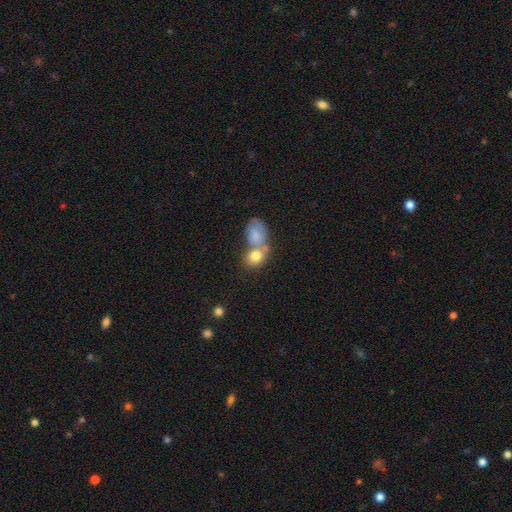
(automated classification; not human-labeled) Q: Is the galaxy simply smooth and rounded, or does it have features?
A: smooth — 79%.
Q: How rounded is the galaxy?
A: in between — 54%.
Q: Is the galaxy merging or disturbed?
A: merger — 55%.